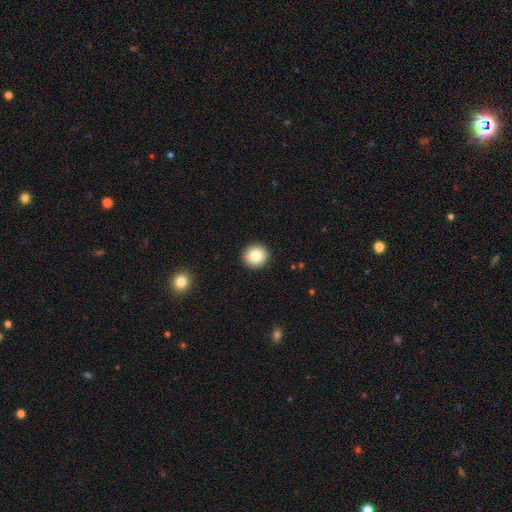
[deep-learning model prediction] smooth_or_featured: smooth (p=0.82) [alt: star or artifact p=0.09]
how_rounded: round (p=0.94) [alt: in between p=0.05]
merging: none (p=0.92) [alt: minor disturbance p=0.05]